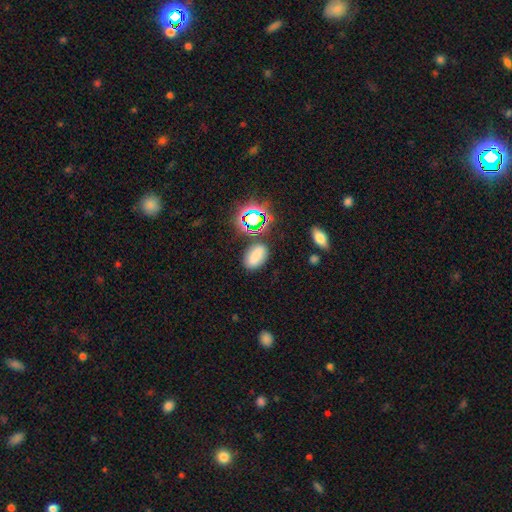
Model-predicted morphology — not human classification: A smooth galaxy with no disk features (71%) that is in between round and cigar-shaped (85%). Merging: none (77%).